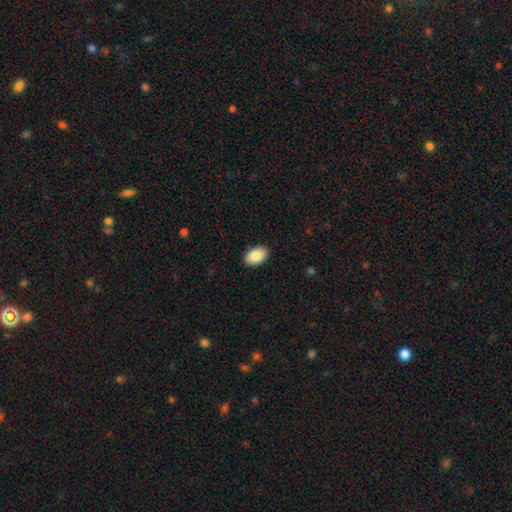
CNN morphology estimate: Smooth or featured? smooth (89%)
How rounded? in between (92%)
Merging? none (89%)